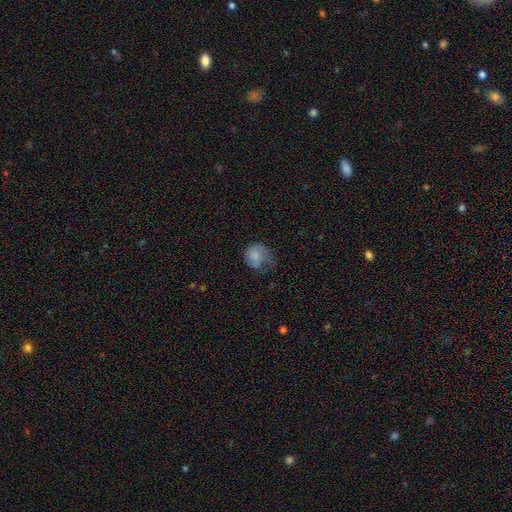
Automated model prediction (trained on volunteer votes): A smooth galaxy with no disk features (76%) that is round (72%).

Vote fractions:
- Smooth or featured? smooth: 76% / featured or disk: 16% / star or artifact: 8%
- How rounded? round: 72% / in between: 27% / cigar-shaped: 1%
- Merging? none: 37% / minor disturbance: 34% / major disturbance: 27% / merger: 2%